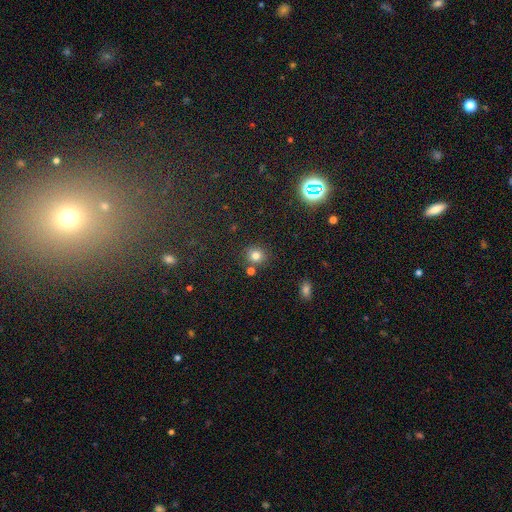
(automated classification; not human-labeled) This appears to be a smooth galaxy with no disk features (77%) that is round (86%). Merging: none (77%).